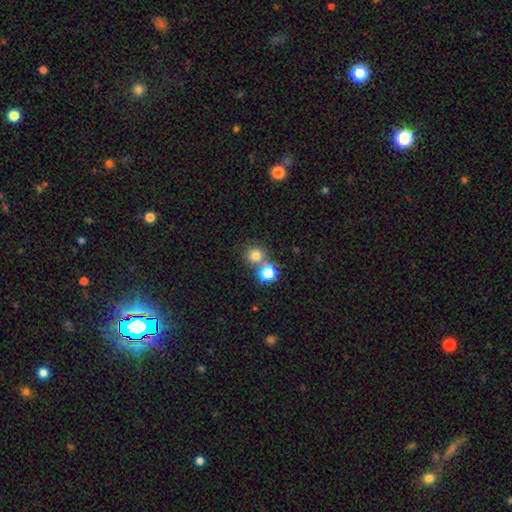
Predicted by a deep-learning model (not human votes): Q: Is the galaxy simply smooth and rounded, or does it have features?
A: smooth — 77%.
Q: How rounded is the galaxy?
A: round — 90%.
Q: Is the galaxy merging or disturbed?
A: none — 58%.